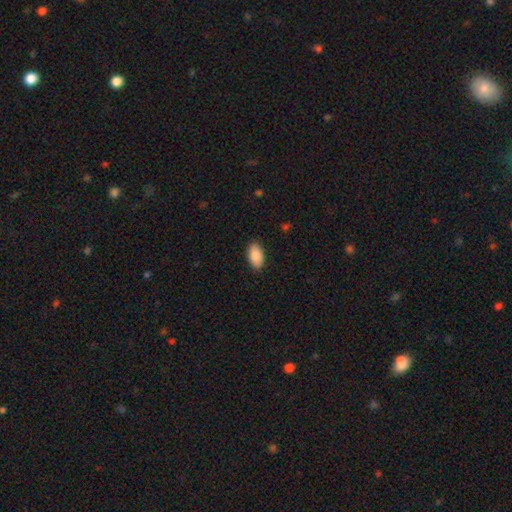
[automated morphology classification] A smooth galaxy with no disk features (86%) that is in between round and cigar-shaped (94%). Merging: none (88%).